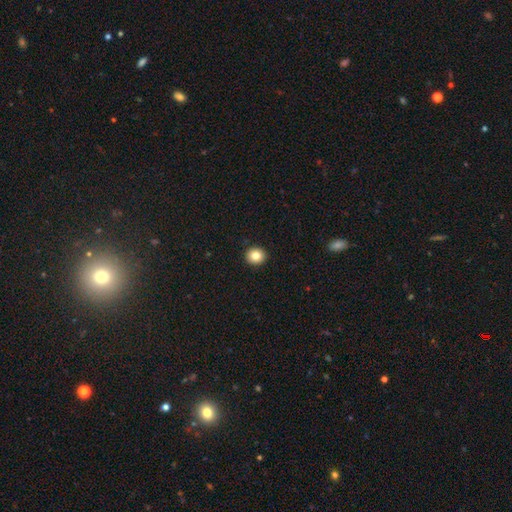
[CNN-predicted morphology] A smooth galaxy with no disk features (83%) that is round (89%). Merging: none (93%).